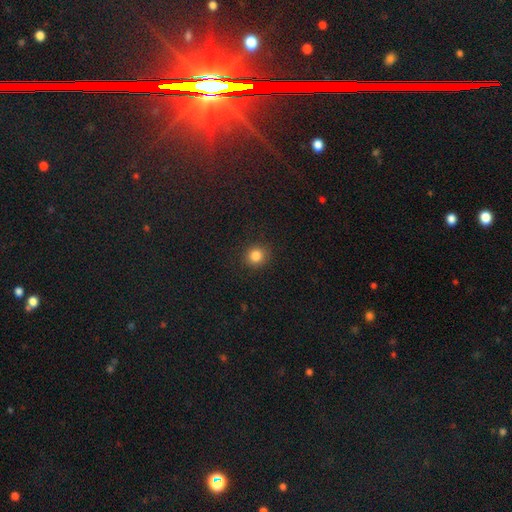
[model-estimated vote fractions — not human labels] Smooth or featured? Predicted: smooth (p=0.84). How rounded? Predicted: round (p=0.89). Merging? Predicted: none (p=0.90).